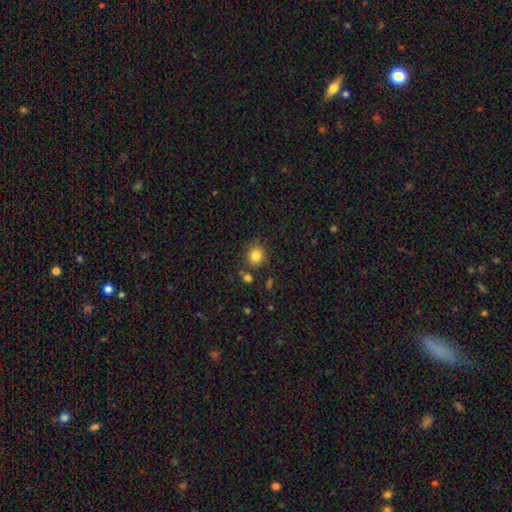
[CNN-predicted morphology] smooth 83%, star or artifact 11%, featured or disk 6%. Down the decision tree: how rounded — round (81%); merging — none (79%).